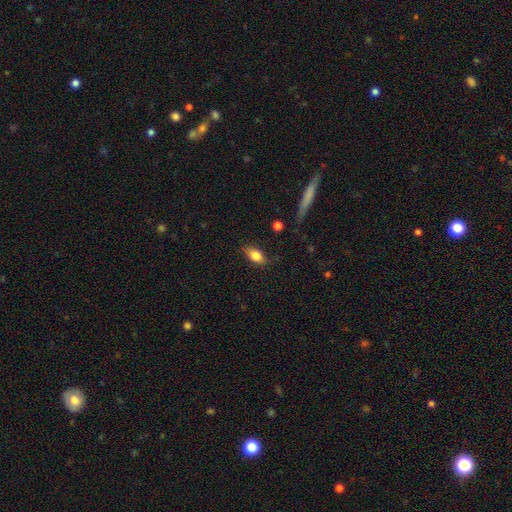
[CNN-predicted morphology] This appears to be a smooth galaxy with no disk features (81%) that is in between round and cigar-shaped (84%). Merging: none (81%).